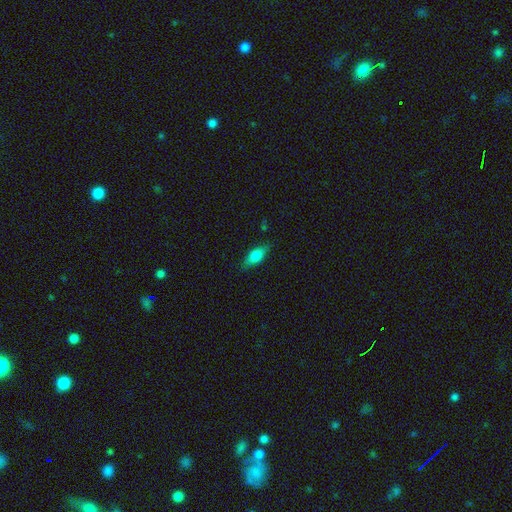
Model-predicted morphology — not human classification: Smooth or featured: smooth — 68% (featured or disk — 24%)
How rounded: in between — 72% (cigar-shaped — 24%)
Merging: none — 81% (minor disturbance — 15%)